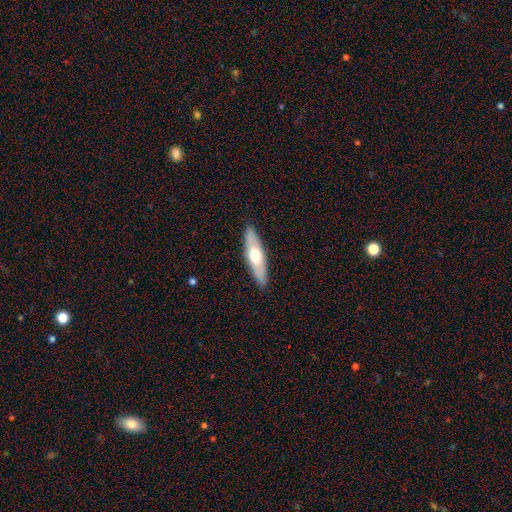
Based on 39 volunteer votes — This appears to be a smooth galaxy with no disk features (49%, tied with featured or disk) that is cigar-shaped (58%). Merging: none (87%).